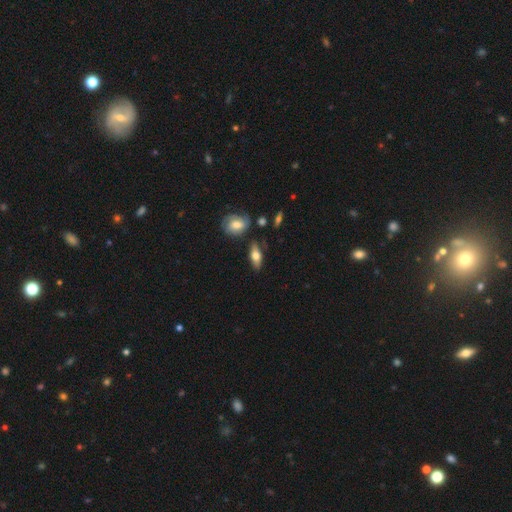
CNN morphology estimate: type=smooth (62%); roundness=in between (73%); merging=none (74%).